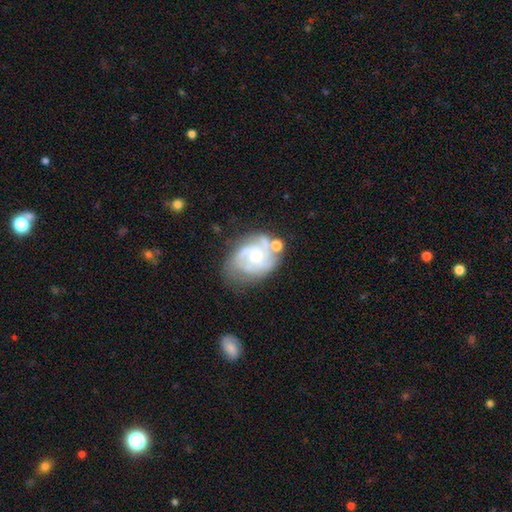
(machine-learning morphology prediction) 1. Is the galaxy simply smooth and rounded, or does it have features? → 78% featured or disk, 15% smooth, 6% star or artifact.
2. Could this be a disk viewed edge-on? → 97% no, 3% yes.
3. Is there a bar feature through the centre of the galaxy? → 65% no, 30% weak, 5% strong.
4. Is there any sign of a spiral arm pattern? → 92% yes, 8% no.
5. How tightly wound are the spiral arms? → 46% tight, 41% medium, 12% loose.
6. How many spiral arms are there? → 33% 3, 30% 2, 22% can't tell, 6% 4, 5% 1, 3% more than 4.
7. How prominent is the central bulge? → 52% moderate, 38% small, 5% large, 4% none, 1% dominant.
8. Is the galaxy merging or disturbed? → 52% none, 23% minor disturbance, 13% major disturbance, 12% merger.